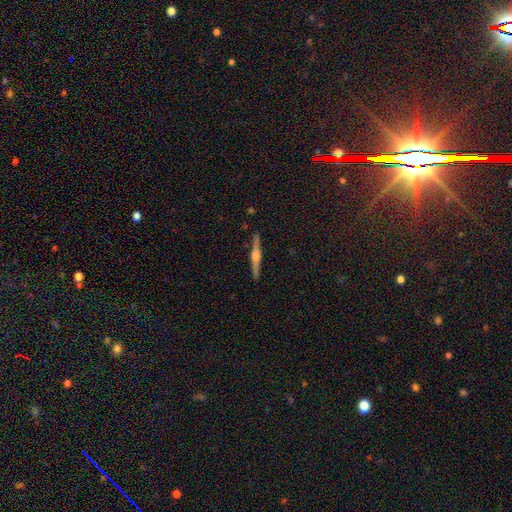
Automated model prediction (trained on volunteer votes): Smooth or featured? Predicted: featured or disk (p=0.80). Edge-on disk? Predicted: yes (p=0.98). Edge-on bulge? Predicted: rounded (p=0.89). Merging? Predicted: none (p=0.91).